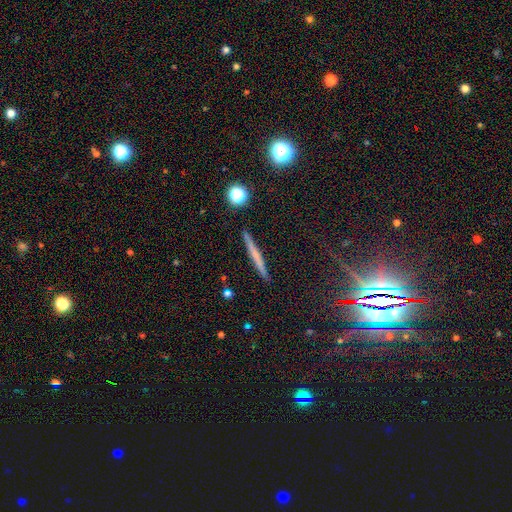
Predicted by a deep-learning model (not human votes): A smooth galaxy with no disk features (48%).

Vote fractions:
- Smooth or featured? smooth: 48% / featured or disk: 40% / star or artifact: 12%
- Merging? none: 90% / minor disturbance: 7% / major disturbance: 1% / merger: 1%